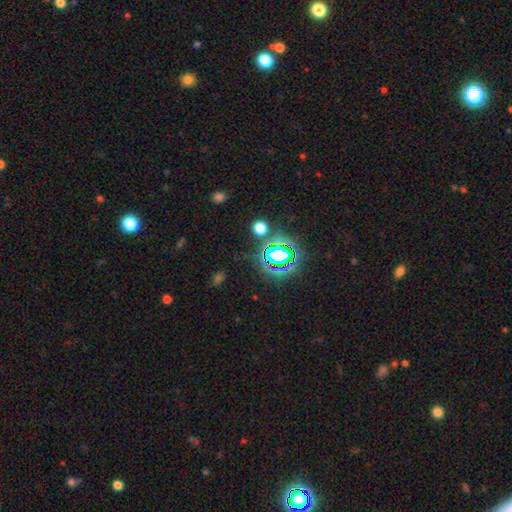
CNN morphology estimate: smooth_or_featured: star or artifact (p=0.76) [alt: smooth p=0.16]